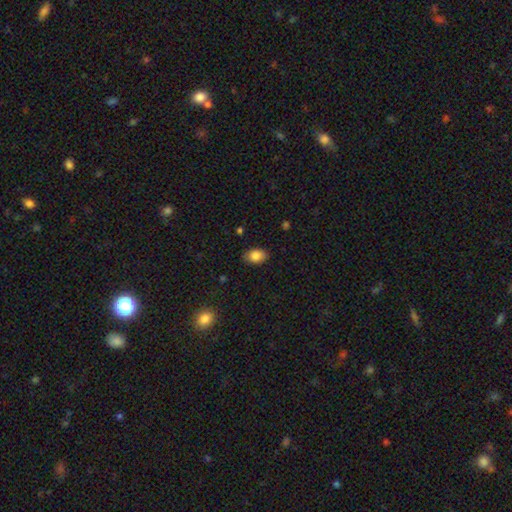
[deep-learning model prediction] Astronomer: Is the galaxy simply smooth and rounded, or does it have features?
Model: smooth — 85%.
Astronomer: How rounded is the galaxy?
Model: in between — 86%.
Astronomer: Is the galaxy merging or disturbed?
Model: none — 85%.